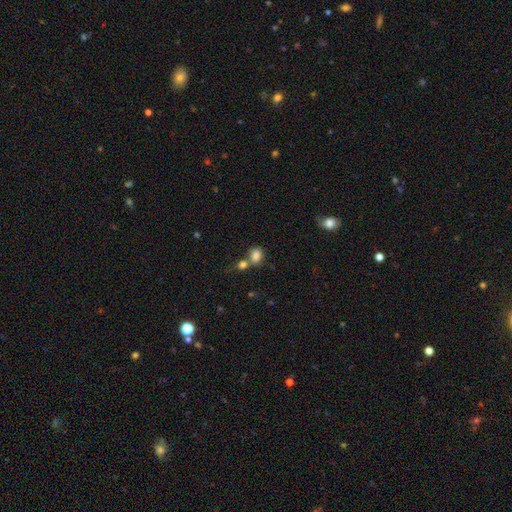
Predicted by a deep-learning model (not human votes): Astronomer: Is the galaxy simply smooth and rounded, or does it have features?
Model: smooth — 83%.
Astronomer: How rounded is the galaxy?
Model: in between — 57% (runner-up: round, 42%).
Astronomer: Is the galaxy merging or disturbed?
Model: none — 48% (runner-up: merger, 35%).